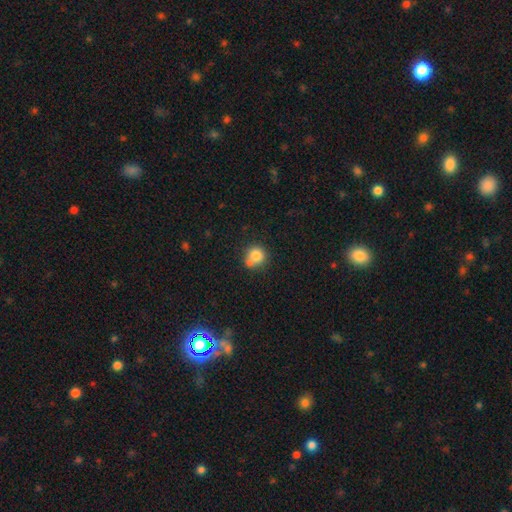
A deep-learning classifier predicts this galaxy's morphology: type=smooth (81%); roundness=round (88%); merging=none (58%).